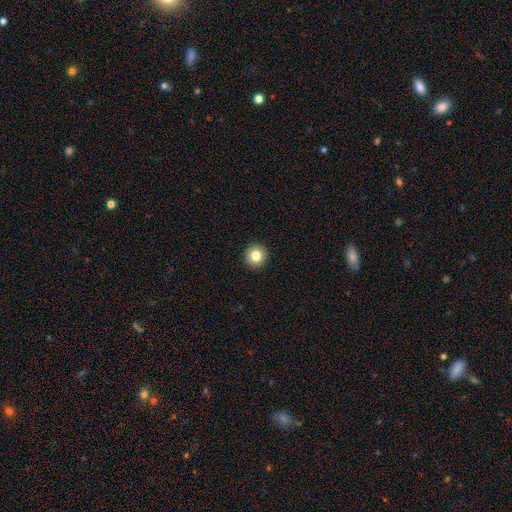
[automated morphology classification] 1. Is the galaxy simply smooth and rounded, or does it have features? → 82% smooth, 10% star or artifact, 7% featured or disk.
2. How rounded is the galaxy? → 96% round, 3% in between, 1% cigar-shaped.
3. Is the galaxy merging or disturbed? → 94% none, 4% minor disturbance, 1% major disturbance, 1% merger.